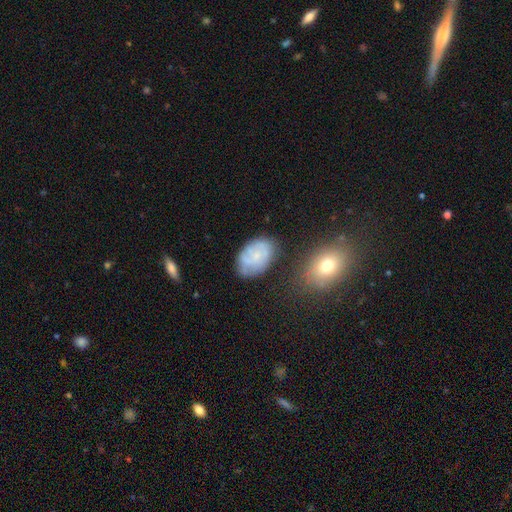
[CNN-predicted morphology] A featured or disk galaxy (52%).

Vote fractions:
- Smooth or featured? featured or disk: 52% / smooth: 40% / star or artifact: 8%
- Edge-on disk? no: 96% / yes: 4%
- Merging? none: 65% / minor disturbance: 22% / major disturbance: 7% / merger: 6%